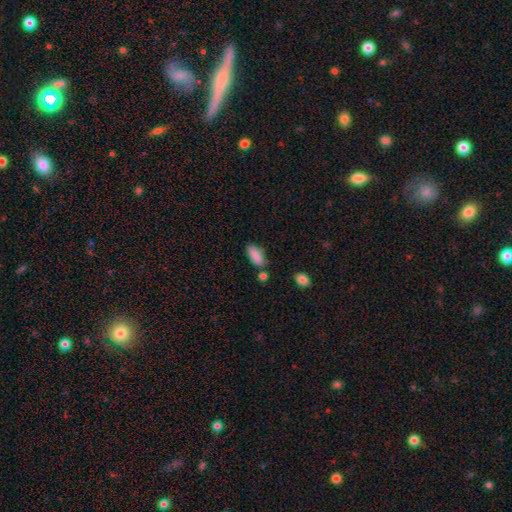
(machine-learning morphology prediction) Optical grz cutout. It shows a smooth galaxy with no disk features (87%) that is in between round and cigar-shaped (79%). Merging: none (68%).